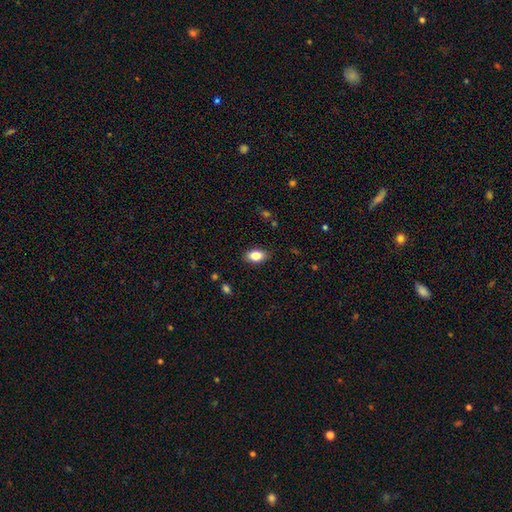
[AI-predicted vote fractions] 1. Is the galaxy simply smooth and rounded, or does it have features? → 84% smooth, 8% featured or disk, 8% star or artifact.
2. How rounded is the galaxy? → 89% in between, 8% round, 2% cigar-shaped.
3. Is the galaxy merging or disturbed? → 86% none, 10% minor disturbance, 2% major disturbance, 1% merger.